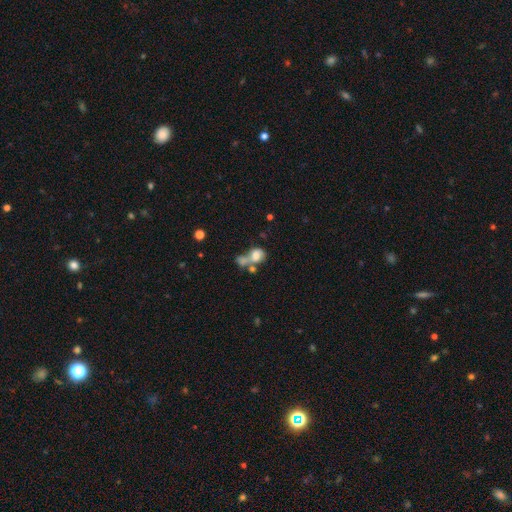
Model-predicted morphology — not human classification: Q: Smooth or featured?
A: smooth (69%); runner-up: featured or disk (20%)
Q: How rounded?
A: in between (51%); runner-up: round (46%)
Q: Merging?
A: merger (59%); runner-up: none (18%)